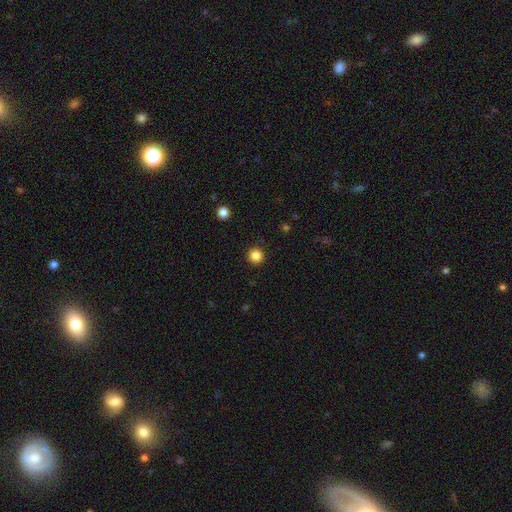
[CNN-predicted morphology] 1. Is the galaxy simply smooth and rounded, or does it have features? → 86% smooth, 12% star or artifact, 3% featured or disk.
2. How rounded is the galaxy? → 96% round, 3% in between, 1% cigar-shaped.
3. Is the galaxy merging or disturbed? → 93% none, 4% minor disturbance, 2% major disturbance, 1% merger.